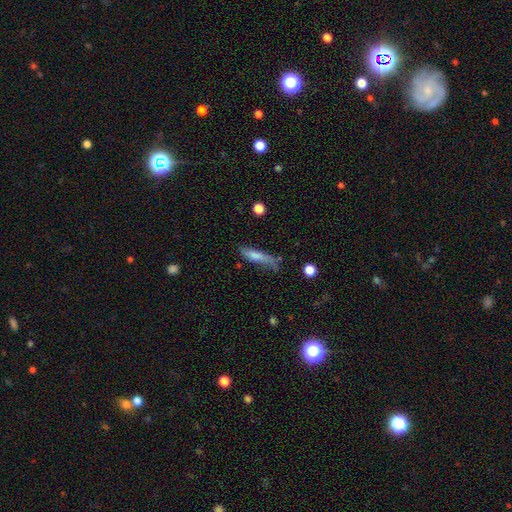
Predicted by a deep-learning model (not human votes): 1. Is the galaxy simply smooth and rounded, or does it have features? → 63% smooth, 28% featured or disk, 9% star or artifact.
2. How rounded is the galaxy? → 83% cigar-shaped, 15% in between, 2% round.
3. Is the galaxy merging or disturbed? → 53% none, 31% minor disturbance, 12% major disturbance, 4% merger.